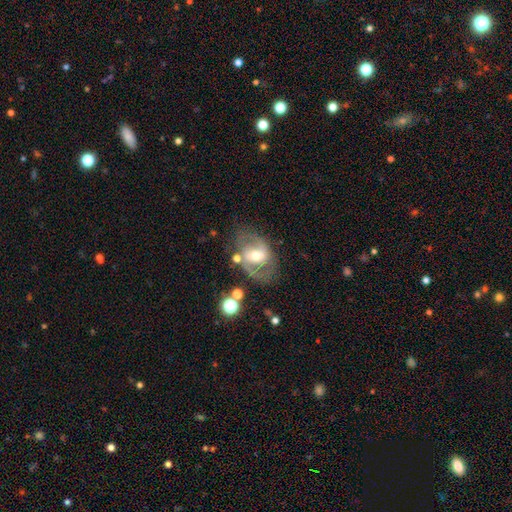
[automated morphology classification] Smooth or featured? featured or disk (76%)
Edge-on disk? no (96%)
Bar? weak (42%)
Spiral arms? yes (81%)
Spiral winding? medium (52%)
Spiral arm count? 2 (84%)
Bulge size? moderate (63%)
Merging? none (69%)